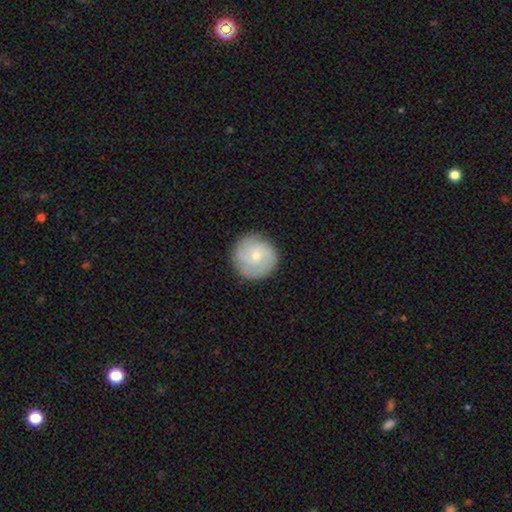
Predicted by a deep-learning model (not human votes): A featured or disk galaxy (50%). Merging: none (85%).